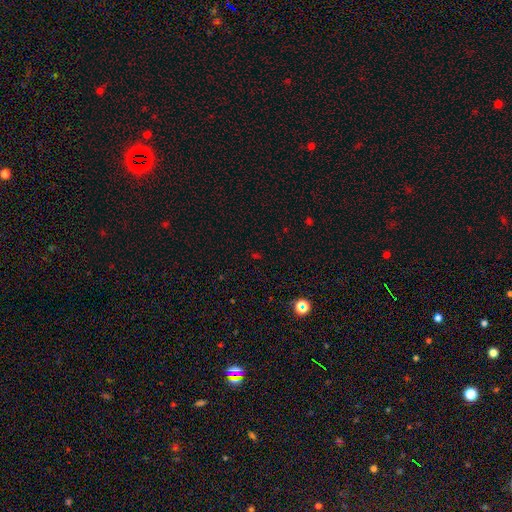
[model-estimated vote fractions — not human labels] smooth-or-featured: star or artifact: 64% | smooth: 29% | featured or disk: 8%